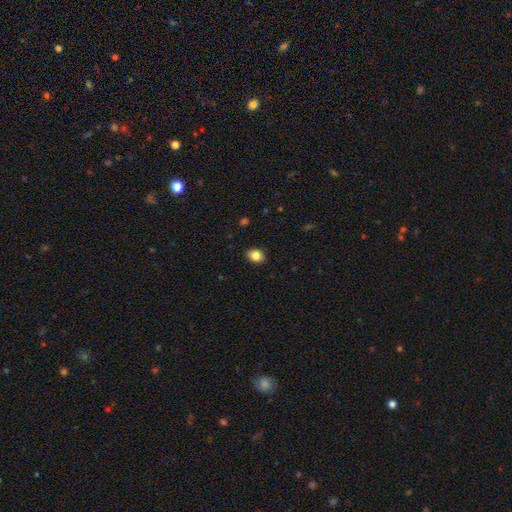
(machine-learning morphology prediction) Q: Smooth or featured?
A: smooth (85%); runner-up: star or artifact (9%)
Q: How rounded?
A: in between (66%); runner-up: round (33%)
Q: Merging?
A: none (89%); runner-up: minor disturbance (8%)